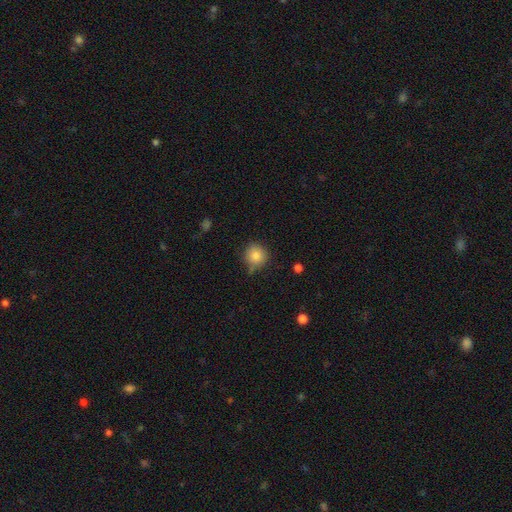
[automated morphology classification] A smooth galaxy with no disk features (83%) that is round (91%). Merging: none (74%).